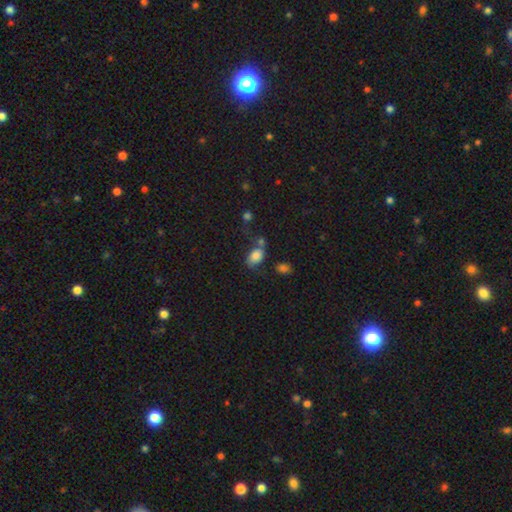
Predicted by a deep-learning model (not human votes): This appears to be a smooth galaxy with no disk features (78%) that is in between round and cigar-shaped (82%). Merging: none (46%).